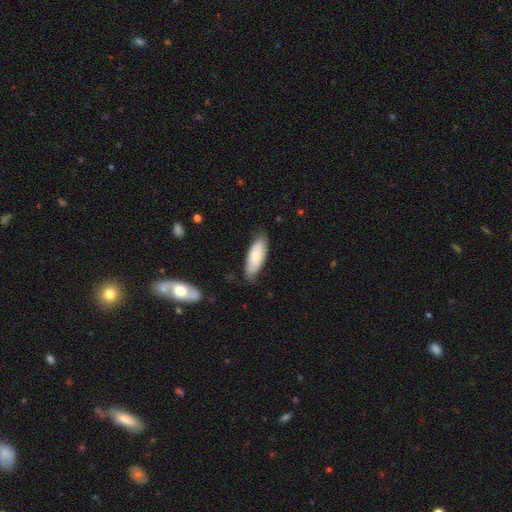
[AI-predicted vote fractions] smooth-or-featured: smooth: 64% | featured or disk: 30% | star or artifact: 6%
  how-rounded: in between: 75% | cigar-shaped: 23% | round: 2%
  merging: none: 73% | minor disturbance: 22% | major disturbance: 4% | merger: 1%